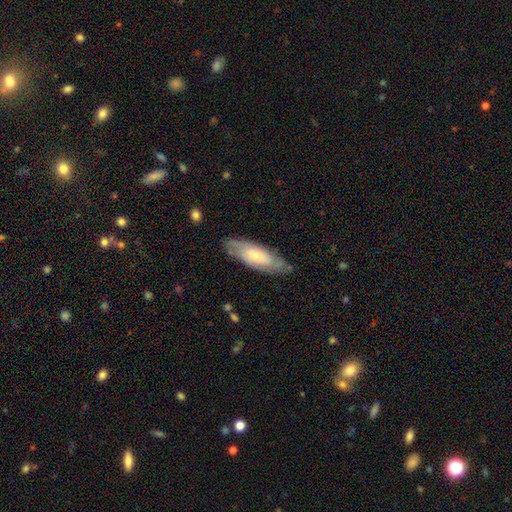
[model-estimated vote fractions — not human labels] This appears to be a smooth galaxy with no disk features (48%). Merging: none (76%).